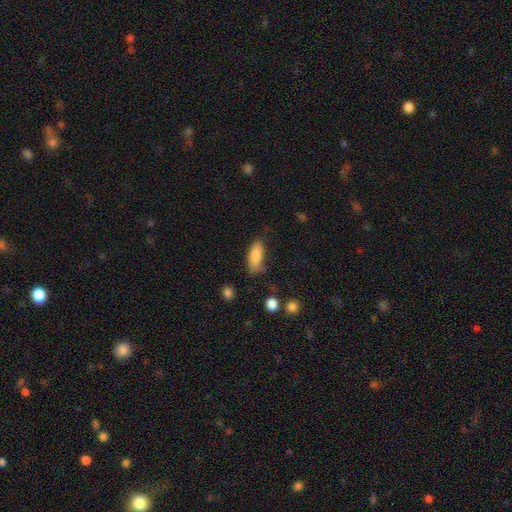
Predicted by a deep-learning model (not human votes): The model was most divided on "merging": none: 59%, minor disturbance: 29%, major disturbance: 9%, merger: 3%. More confident: smooth or featured — smooth (84%); how rounded — in between (81%).